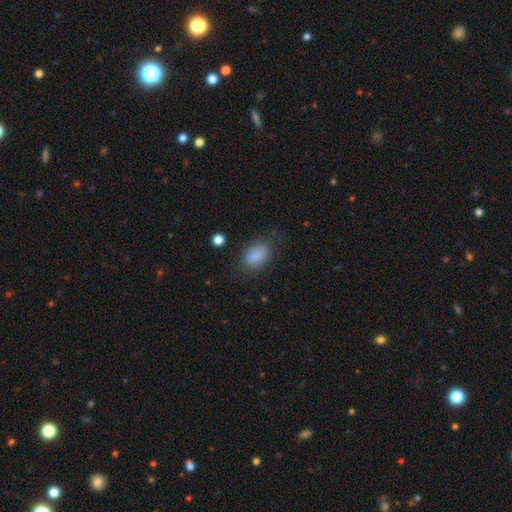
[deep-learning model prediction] smooth-or-featured: smooth: 86% | star or artifact: 9% | featured or disk: 5%
  how-rounded: in between: 86% | round: 12% | cigar-shaped: 2%
  merging: none: 78% | minor disturbance: 15% | major disturbance: 5% | merger: 2%